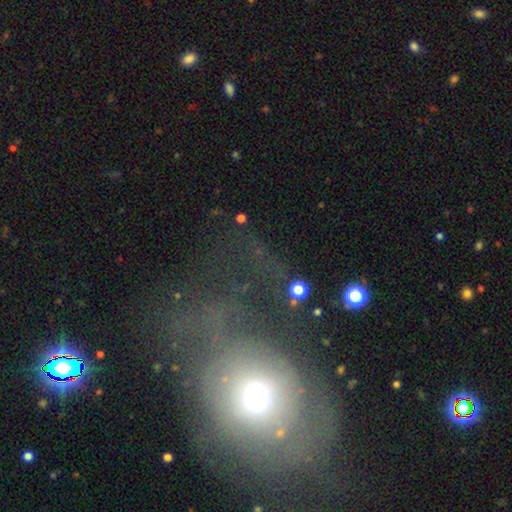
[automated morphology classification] Smooth or featured: smooth — 40% (featured or disk — 32%)
Merging: major disturbance — 39% (tied with none — 39%)